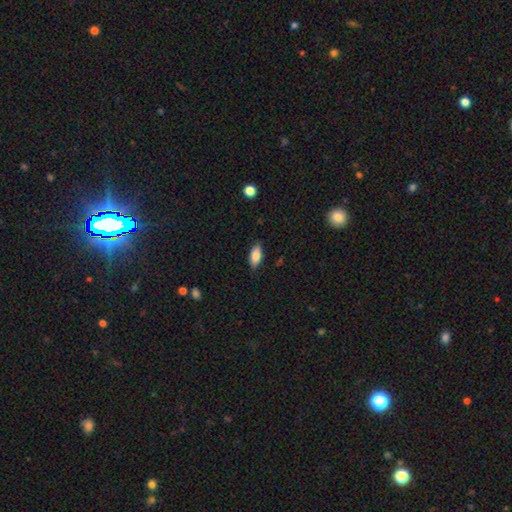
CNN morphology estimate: Smooth or featured? smooth (83%)
How rounded? in between (85%)
Merging? none (83%)